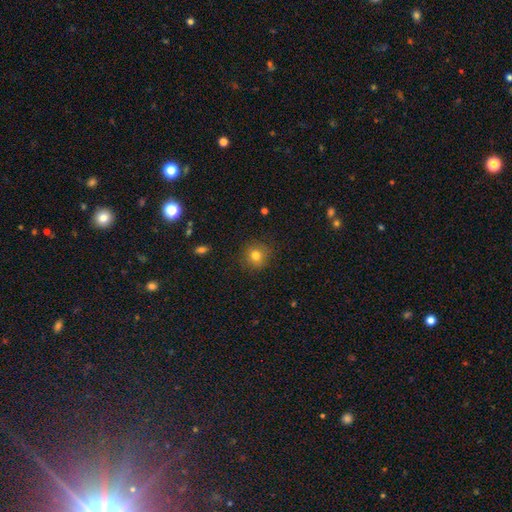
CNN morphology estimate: smooth 79%, star or artifact 13%, featured or disk 8%. Down the decision tree: how rounded — round (90%); merging — none (87%).